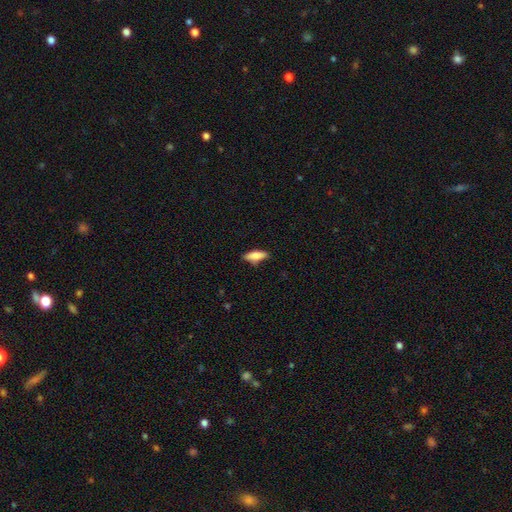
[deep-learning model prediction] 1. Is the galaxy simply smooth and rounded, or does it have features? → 77% smooth, 16% featured or disk, 6% star or artifact.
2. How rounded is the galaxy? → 60% in between, 37% cigar-shaped, 2% round.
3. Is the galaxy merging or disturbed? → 79% none, 16% minor disturbance, 3% major disturbance, 2% merger.